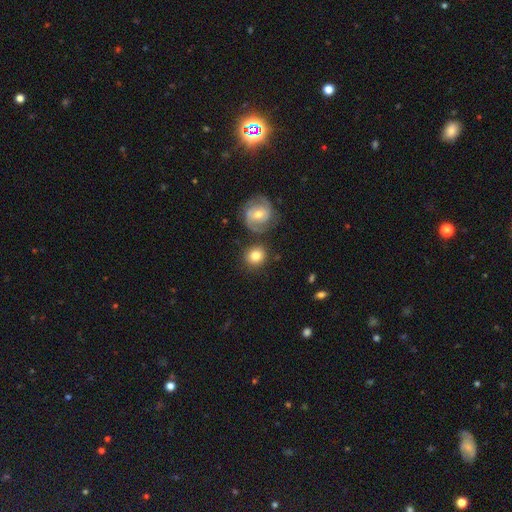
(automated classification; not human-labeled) This appears to be a smooth galaxy with no disk features (77%) that is round (88%). Merging: none (74%).